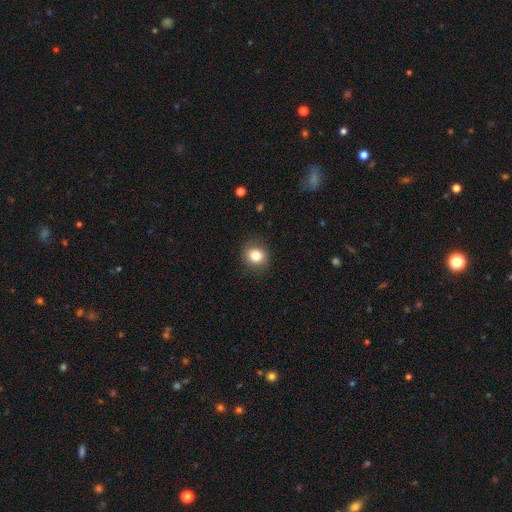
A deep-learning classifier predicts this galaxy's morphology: smooth-or-featured: smooth: 82% | star or artifact: 10% | featured or disk: 7%
  how-rounded: round: 79% | in between: 20% | cigar-shaped: 1%
  merging: none: 87% | minor disturbance: 9% | major disturbance: 3% | merger: 1%